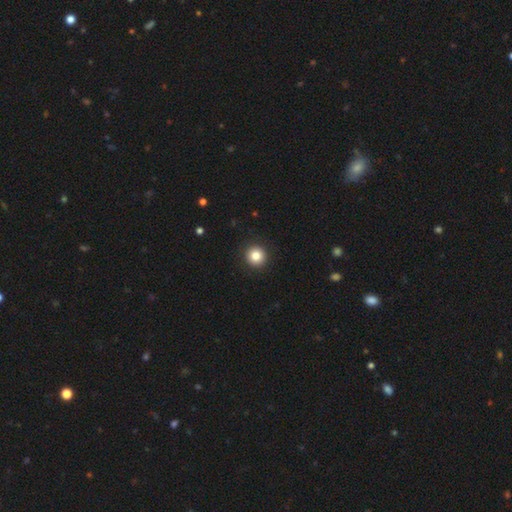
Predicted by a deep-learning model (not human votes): Smooth or featured? Predicted: smooth (p=0.83). How rounded? Predicted: round (p=0.95). Merging? Predicted: none (p=0.93).